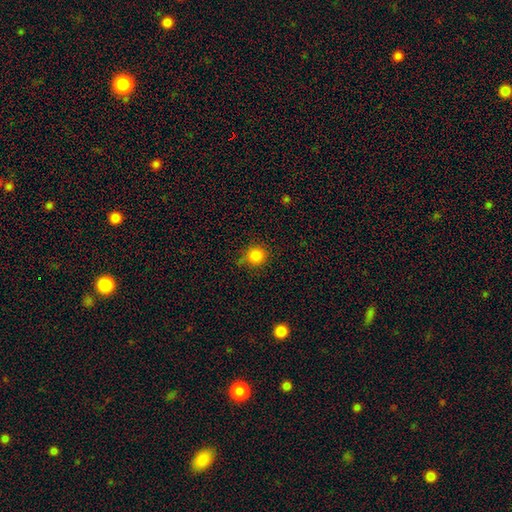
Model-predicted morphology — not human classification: This is clearly a smooth galaxy (84%). How rounded: clearly round (91%). Merging: likely none (76%).